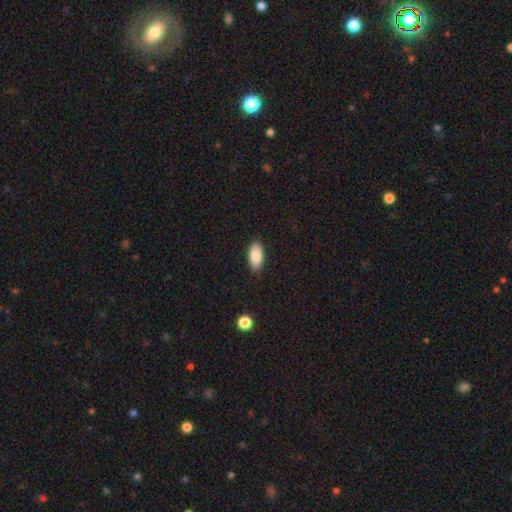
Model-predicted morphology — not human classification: Overall: smooth (87%). How rounded: in between (92%). Merging: none (88%).